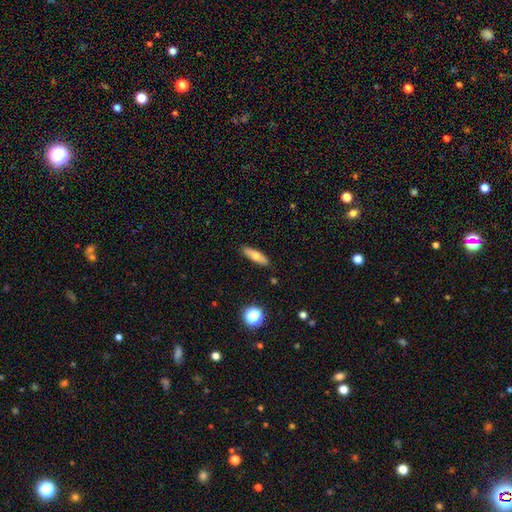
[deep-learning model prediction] A smooth galaxy with no disk features (63%) that is cigar-shaped (63%). Merging: none (89%).